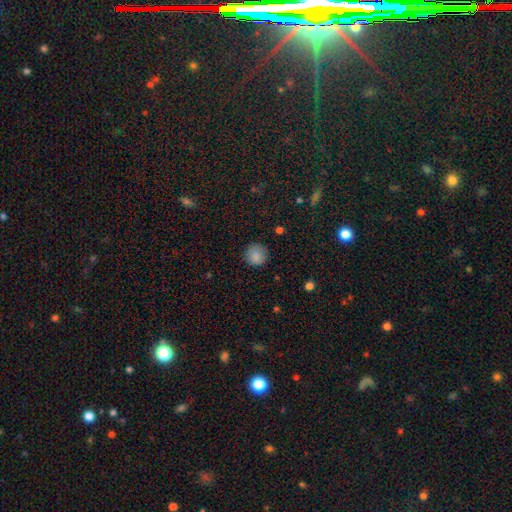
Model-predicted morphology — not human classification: A smooth galaxy with no disk features (86%) that is round (92%).

Vote fractions:
- Smooth or featured? smooth: 86% / star or artifact: 9% / featured or disk: 4%
- How rounded? round: 92% / in between: 7% / cigar-shaped: 1%
- Merging? none: 86% / minor disturbance: 10% / major disturbance: 3% / merger: 1%